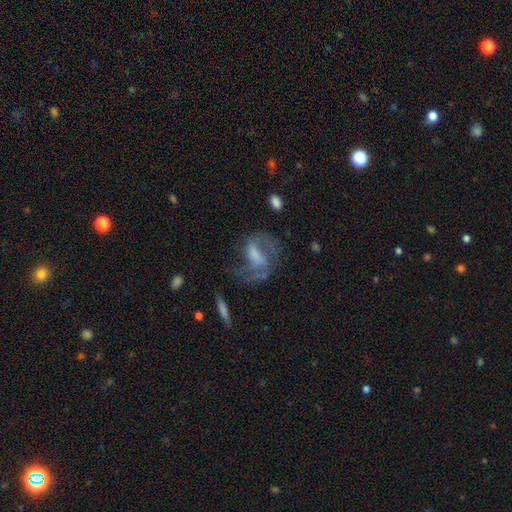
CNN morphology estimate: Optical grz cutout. It shows a featured or disk galaxy (69%) with a weak bar (44%), 2 (71%) medium (45%) spiral arms (80%) and no central bulge (32%). Merging: none (46%).